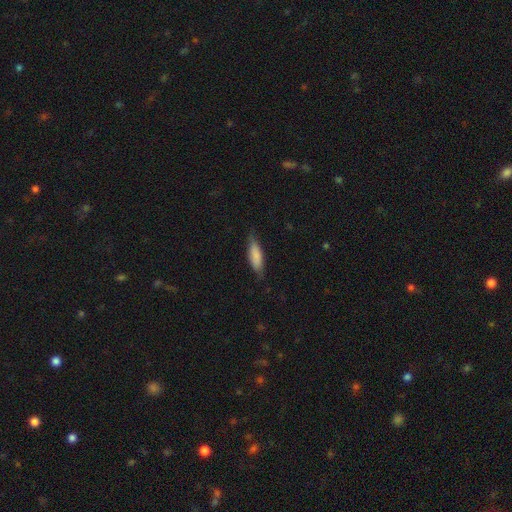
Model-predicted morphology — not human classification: Overall: smooth (81%). How rounded: cigar-shaped (52%; in between 47%). Merging: none (75%).